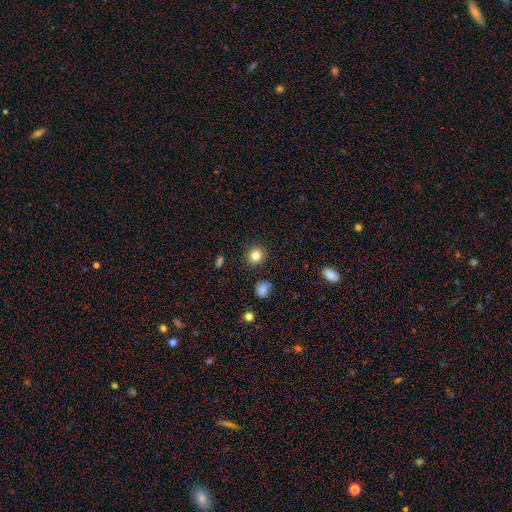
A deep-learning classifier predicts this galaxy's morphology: The model was most divided on "smooth or featured": smooth: 83%, star or artifact: 12%, featured or disk: 6%. More confident: how rounded — round (90%); merging — none (90%).